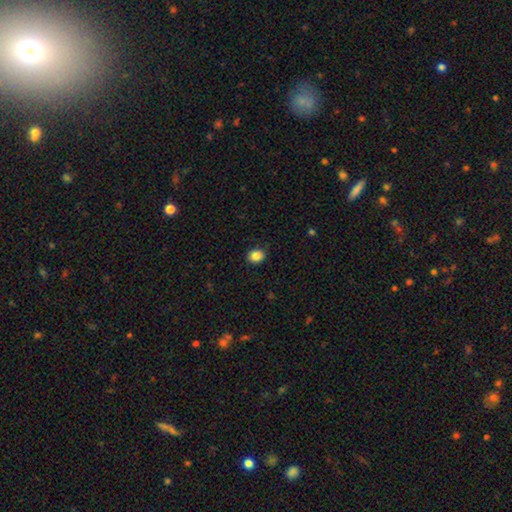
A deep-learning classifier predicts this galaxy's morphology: The model was most divided on "how rounded": round: 53%, in between: 46%, cigar-shaped: 1%. More confident: merging — none (89%); smooth or featured — smooth (87%).